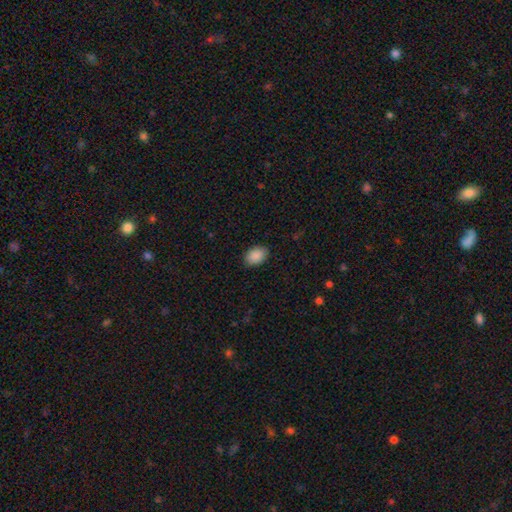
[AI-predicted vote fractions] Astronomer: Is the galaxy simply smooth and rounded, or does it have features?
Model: smooth — 90%.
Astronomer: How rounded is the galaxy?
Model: in between — 83%.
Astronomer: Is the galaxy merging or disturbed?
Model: none — 88%.